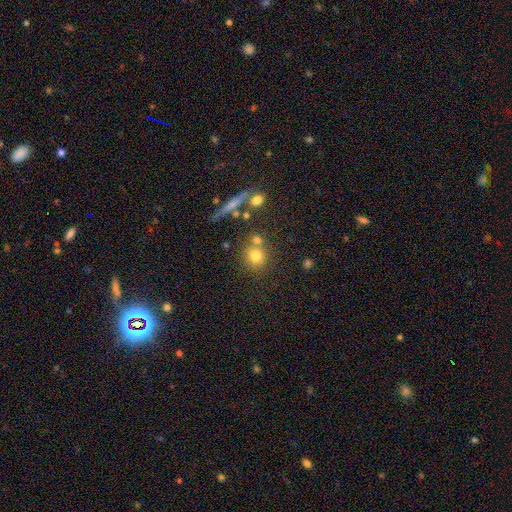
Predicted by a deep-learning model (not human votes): Morphology: type=smooth (74%); roundness=round (85%); merging=none (62%).